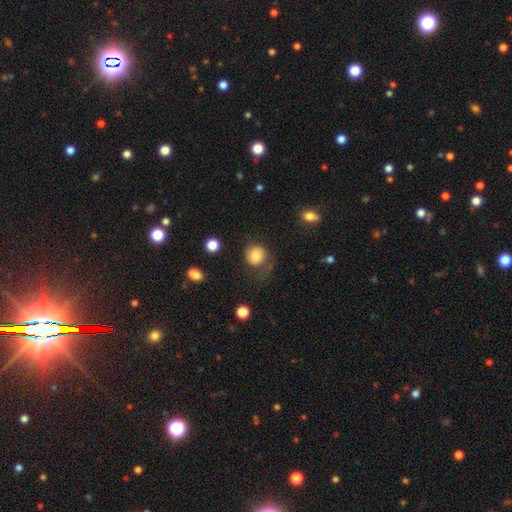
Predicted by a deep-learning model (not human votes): A smooth galaxy with no disk features (70%) that is round (79%).

Vote fractions:
- Smooth or featured? smooth: 70% / featured or disk: 22% / star or artifact: 9%
- How rounded? round: 79% / in between: 21% / cigar-shaped: 1%
- Merging? none: 50% / major disturbance: 25% / minor disturbance: 23% / merger: 2%